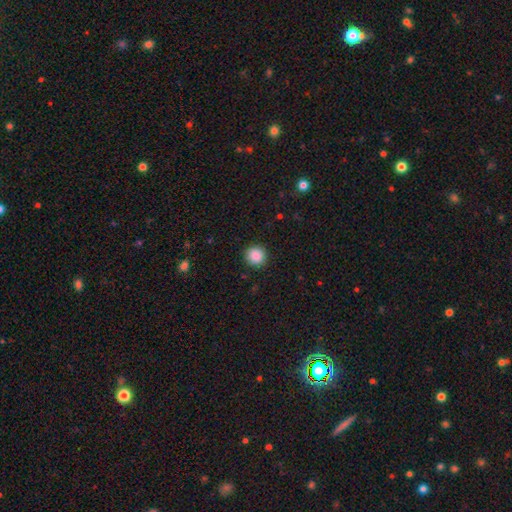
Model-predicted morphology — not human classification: Smooth or featured? smooth (88%)
How rounded? round (94%)
Merging? none (91%)